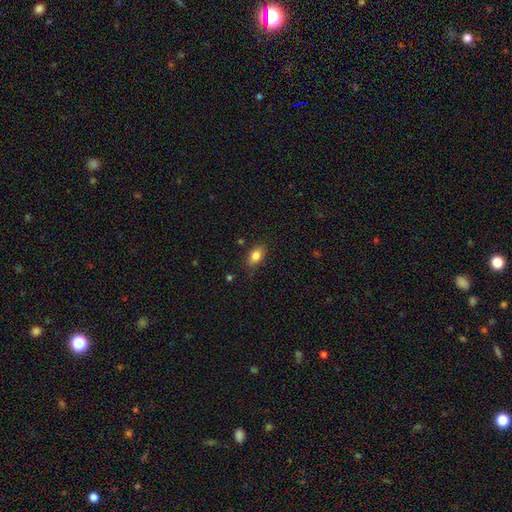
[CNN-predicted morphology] smooth 83%, featured or disk 9%, star or artifact 8%. Down the decision tree: how rounded — in between (87%); merging — none (78%).